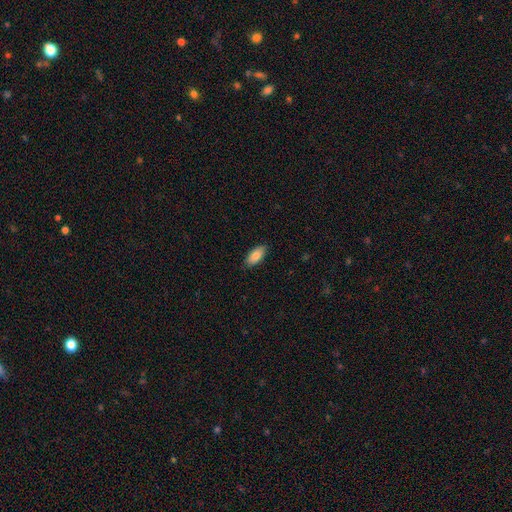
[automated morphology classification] A smooth galaxy with no disk features (84%) that is in between round and cigar-shaped (89%).

Vote fractions:
- Smooth or featured? smooth: 84% / featured or disk: 9% / star or artifact: 6%
- How rounded? in between: 89% / cigar-shaped: 9% / round: 2%
- Merging? none: 88% / minor disturbance: 10% / major disturbance: 2% / merger: 1%